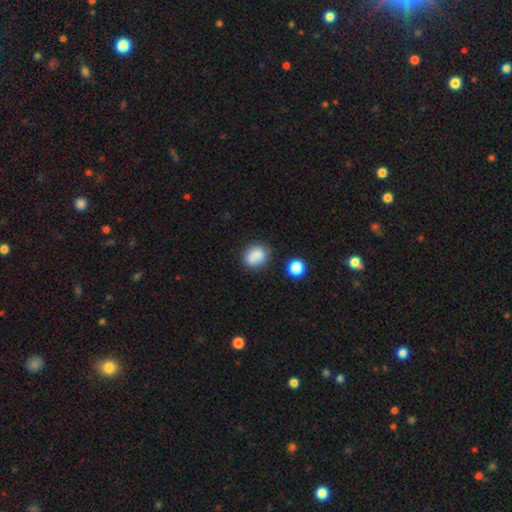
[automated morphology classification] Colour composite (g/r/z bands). It shows a smooth galaxy with no disk features (80%) that is round (54%). Merging: none (64%).